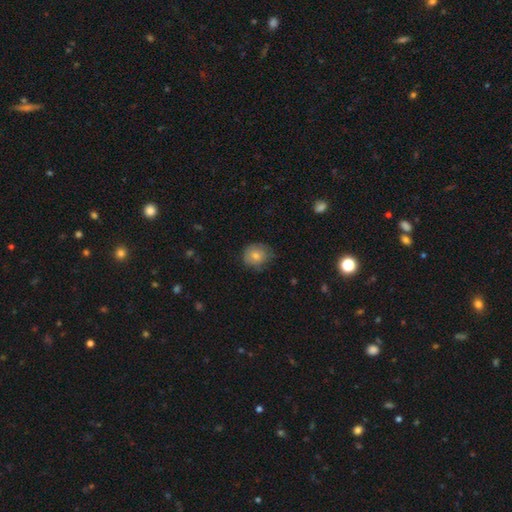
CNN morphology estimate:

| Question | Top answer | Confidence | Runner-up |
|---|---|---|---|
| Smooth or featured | smooth | 78% | featured or disk (13%) |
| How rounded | round | 79% | in between (21%) |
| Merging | none | 69% | minor disturbance (25%) |